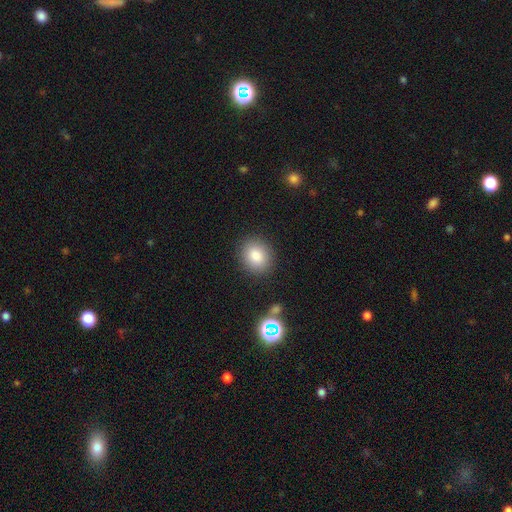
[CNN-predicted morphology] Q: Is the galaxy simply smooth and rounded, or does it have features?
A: smooth — 82%.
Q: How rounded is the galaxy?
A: round — 63%.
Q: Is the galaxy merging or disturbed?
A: none — 87%.